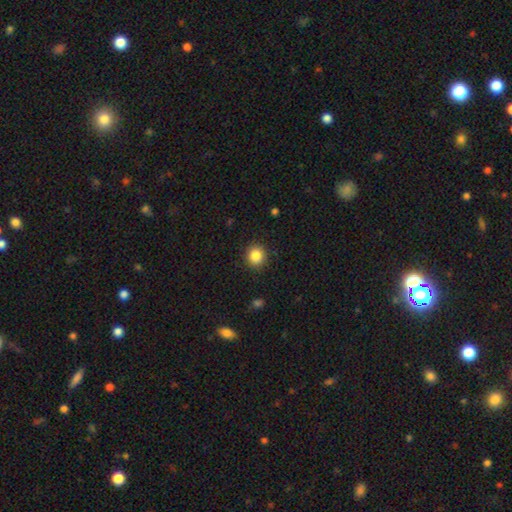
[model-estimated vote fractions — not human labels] Overall: smooth (86%). How rounded: round (88%). Merging: none (91%).